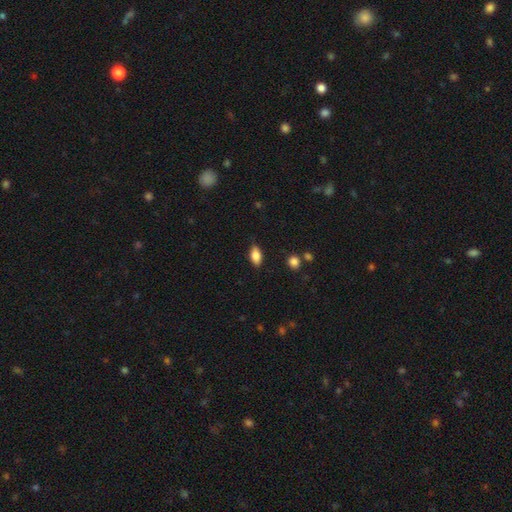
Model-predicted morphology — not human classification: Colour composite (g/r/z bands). It shows a smooth galaxy with no disk features (82%) that is in between round and cigar-shaped (88%). Merging: none (83%).